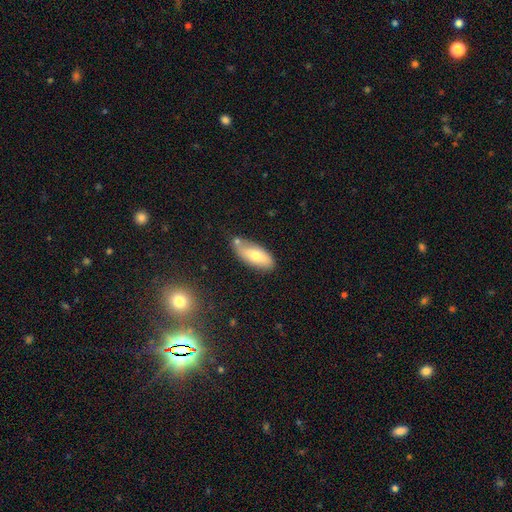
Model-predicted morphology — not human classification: A smooth galaxy with no disk features (70%) that is in between round and cigar-shaped (80%). Merging: none (63%).